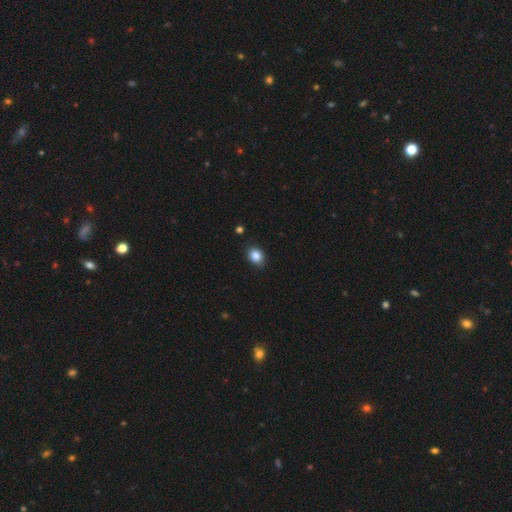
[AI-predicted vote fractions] Smooth or featured?
  - smooth: 86% *
  - star or artifact: 10%
  - featured or disk: 5%
How rounded?
  - in between: 55% *
  - round: 44%
  - cigar-shaped: 1%
Merging?
  - none: 83% *
  - minor disturbance: 13%
  - major disturbance: 3%
  - merger: 1%